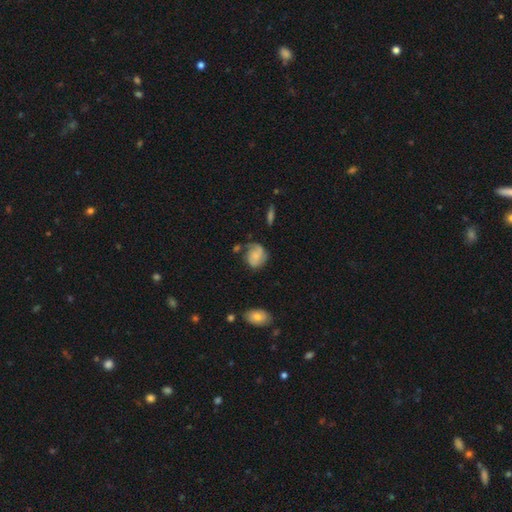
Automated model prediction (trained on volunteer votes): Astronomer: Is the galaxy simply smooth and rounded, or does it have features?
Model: smooth — 49% (runner-up: featured or disk, 43%).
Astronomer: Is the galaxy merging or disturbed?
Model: none — 50% (runner-up: minor disturbance, 29%).